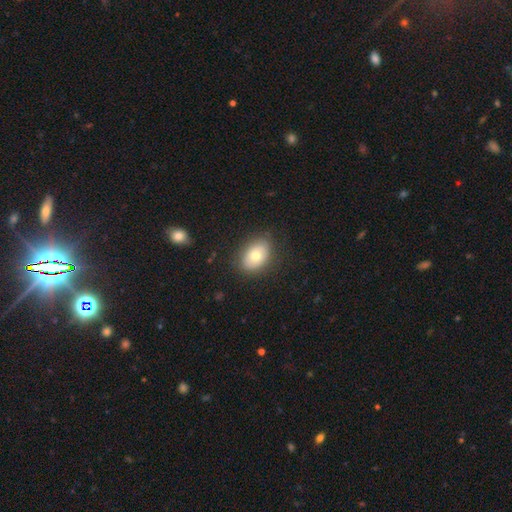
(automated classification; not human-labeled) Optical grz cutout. It shows a smooth galaxy with no disk features (70%) that is in between round and cigar-shaped (82%). Merging: none (83%).